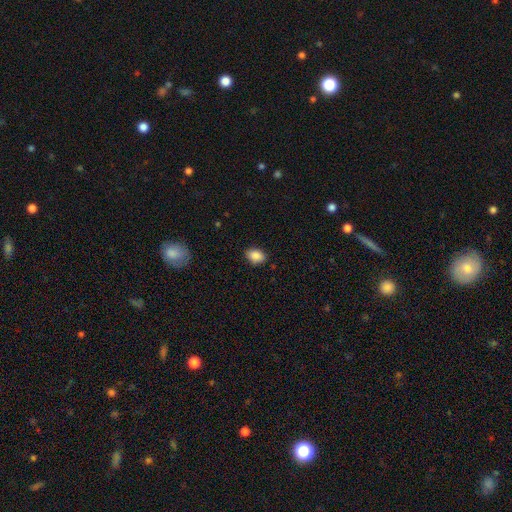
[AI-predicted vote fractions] smooth 88%, star or artifact 8%, featured or disk 4%. Down the decision tree: how rounded — in between (77%); merging — none (85%).